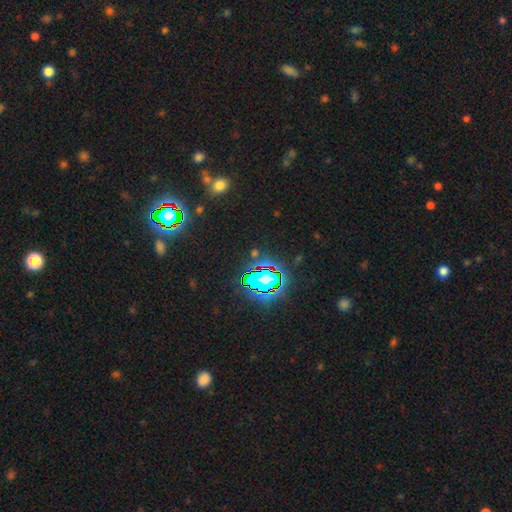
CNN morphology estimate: Smooth or featured?
  - star or artifact: 76% *
  - smooth: 14%
  - featured or disk: 9%